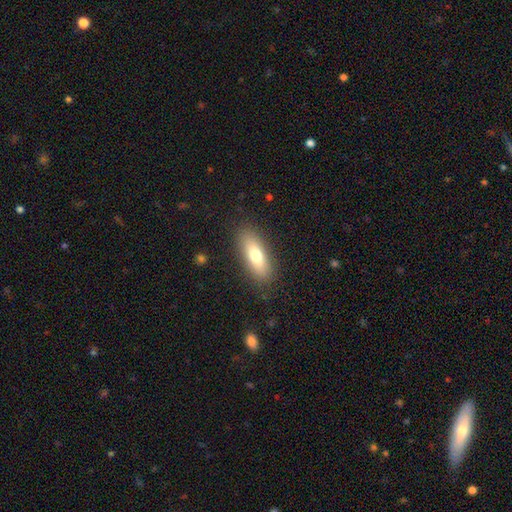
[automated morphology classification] Smooth or featured: smooth — 73% (featured or disk — 20%)
How rounded: in between — 65% (cigar-shaped — 32%)
Merging: none — 86% (minor disturbance — 10%)